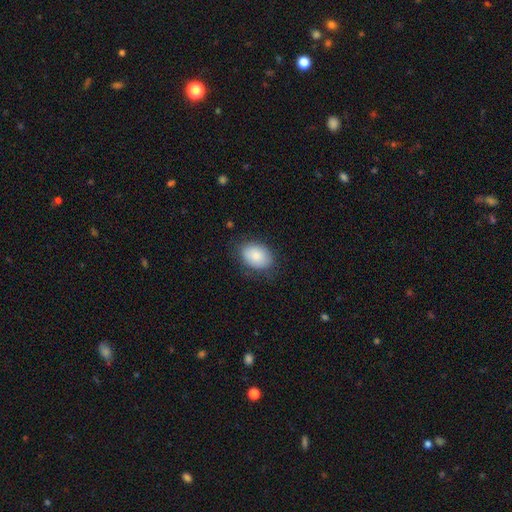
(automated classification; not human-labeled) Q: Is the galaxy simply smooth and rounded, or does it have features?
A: smooth — 86%.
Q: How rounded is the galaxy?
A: in between — 80%.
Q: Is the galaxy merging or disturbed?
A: none — 76%.